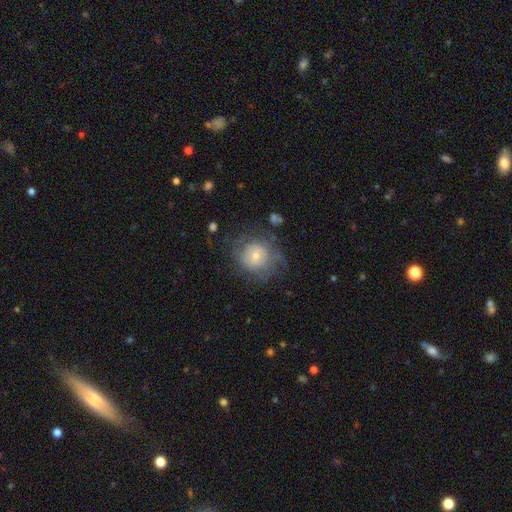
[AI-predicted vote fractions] Smooth or featured? Predicted: smooth (p=0.52). How rounded? Predicted: round (p=0.83). Merging? Predicted: none (p=0.56).